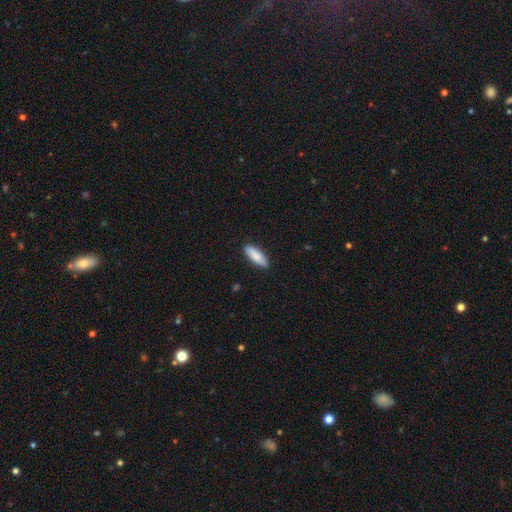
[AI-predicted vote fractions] This appears to be a smooth galaxy with no disk features (86%) that is in between round and cigar-shaped (56%). Merging: none (88%).